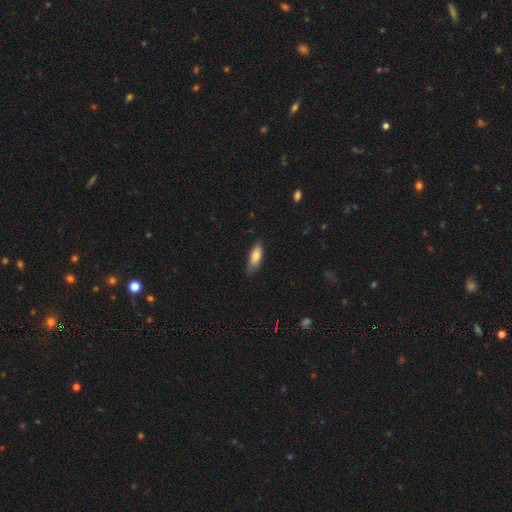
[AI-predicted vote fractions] The model was most divided on "how rounded": in between: 65%, cigar-shaped: 33%, round: 2%. More confident: smooth or featured — smooth (80%); merging — none (74%).